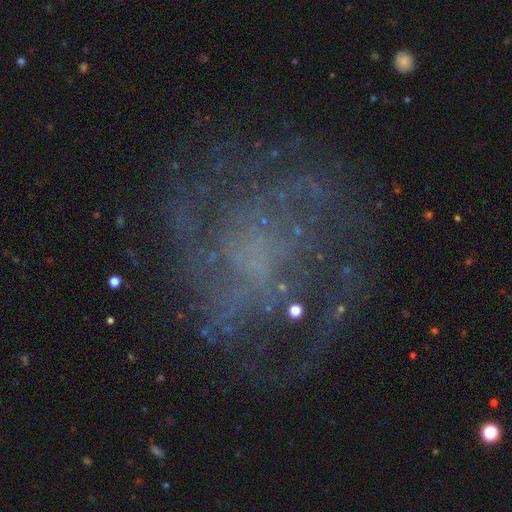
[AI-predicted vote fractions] A featured or disk galaxy (74%) with no bar (72%), tight (41%) spiral arms (83%) and no central bulge (58%).

Vote fractions:
- Smooth or featured? featured or disk: 74% / star or artifact: 16% / smooth: 9%
- Edge-on disk? no: 98% / yes: 2%
- Bar? no: 72% / weak: 23% / strong: 6%
- Spiral arms? yes: 83% / no: 17%
- Spiral winding? tight: 41% / medium: 39% / loose: 21%
- Spiral arm count? can't tell: 43% / 2: 18% / 3: 14% / 4: 9% / more than 4: 8% / 1: 8%
- Bulge size? none: 58% / small: 23% / moderate: 13% / large: 4% / dominant: 1%
- Merging? none: 67% / major disturbance: 16% / minor disturbance: 14% / merger: 2%